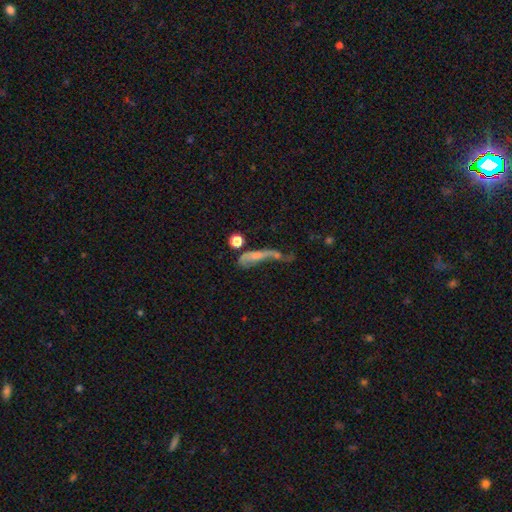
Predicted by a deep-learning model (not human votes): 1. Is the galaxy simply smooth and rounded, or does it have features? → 46% smooth, 39% featured or disk, 15% star or artifact.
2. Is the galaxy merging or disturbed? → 35% major disturbance, 31% merger, 21% none, 13% minor disturbance.